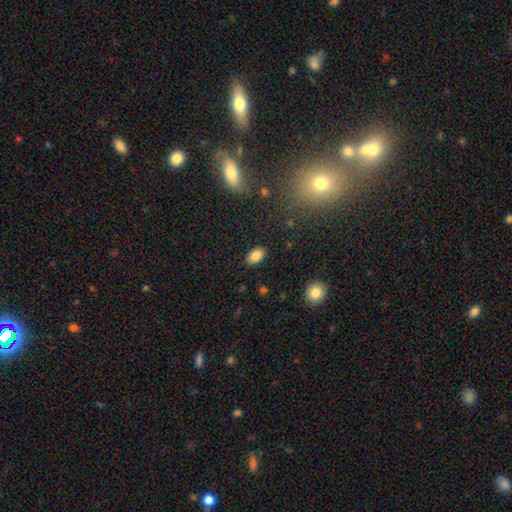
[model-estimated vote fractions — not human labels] smooth 86%, star or artifact 9%, featured or disk 5%. Down the decision tree: how rounded — in between (89%); merging — none (88%).